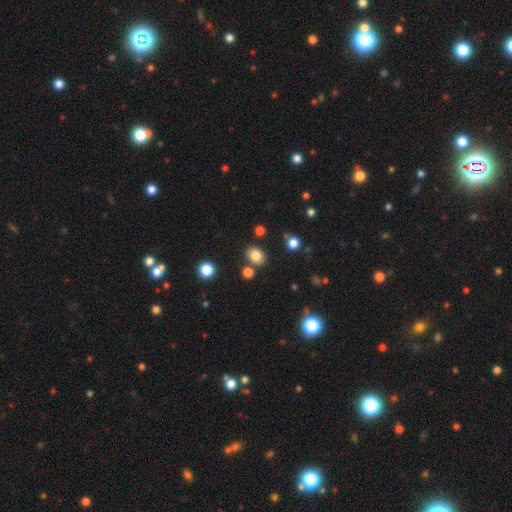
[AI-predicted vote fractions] smooth 82%, star or artifact 11%, featured or disk 7%. Down the decision tree: how rounded — in between (58%); merging — none (80%).